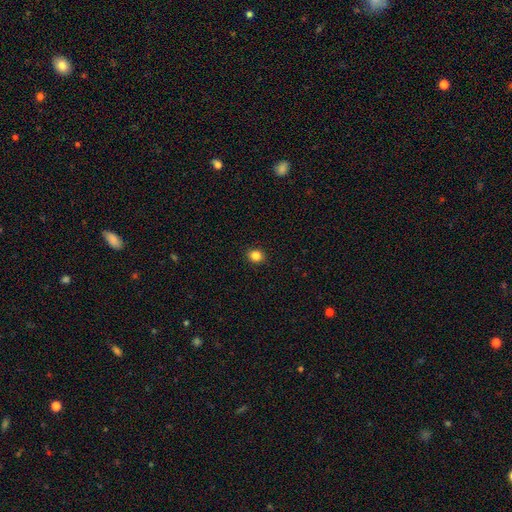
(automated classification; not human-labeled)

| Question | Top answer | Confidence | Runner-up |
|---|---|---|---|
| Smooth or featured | smooth | 85% | star or artifact (11%) |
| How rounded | round | 73% | in between (26%) |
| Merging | none | 92% | minor disturbance (6%) |